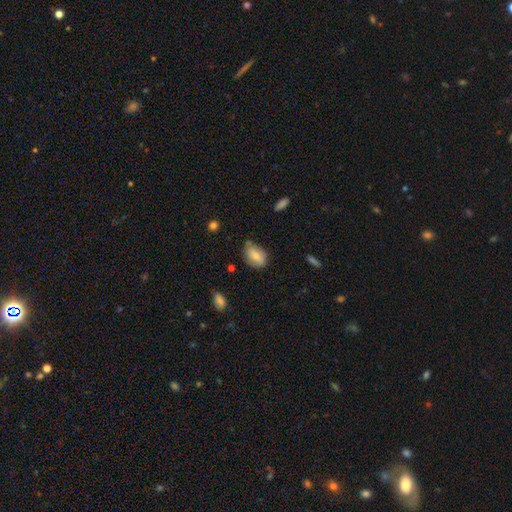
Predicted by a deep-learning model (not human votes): smooth-or-featured: smooth: 73% | featured or disk: 19% | star or artifact: 8%
  how-rounded: in between: 82% | round: 17% | cigar-shaped: 2%
  merging: none: 69% | minor disturbance: 23% | major disturbance: 5% | merger: 4%